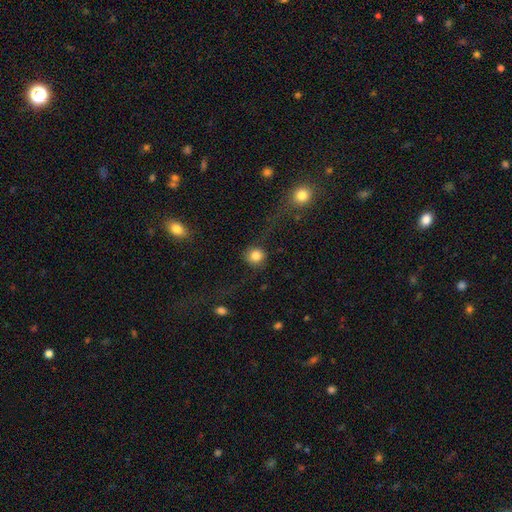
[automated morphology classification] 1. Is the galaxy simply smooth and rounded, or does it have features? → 79% smooth, 11% featured or disk, 10% star or artifact.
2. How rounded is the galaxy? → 91% round, 8% in between, 1% cigar-shaped.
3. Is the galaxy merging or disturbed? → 69% none, 14% major disturbance, 11% minor disturbance, 5% merger.